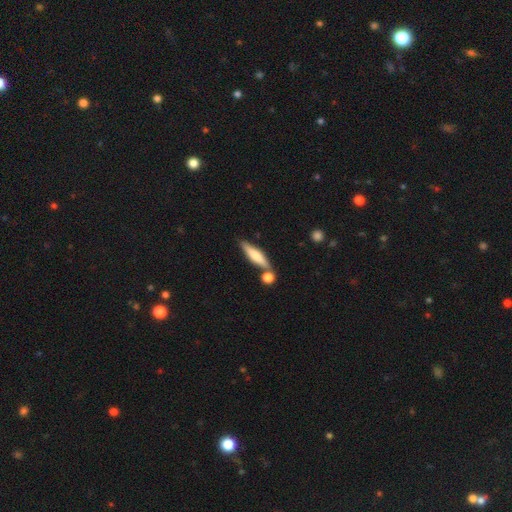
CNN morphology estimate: Smooth or featured? smooth (59%)
How rounded? cigar-shaped (77%)
Merging? none (68%)